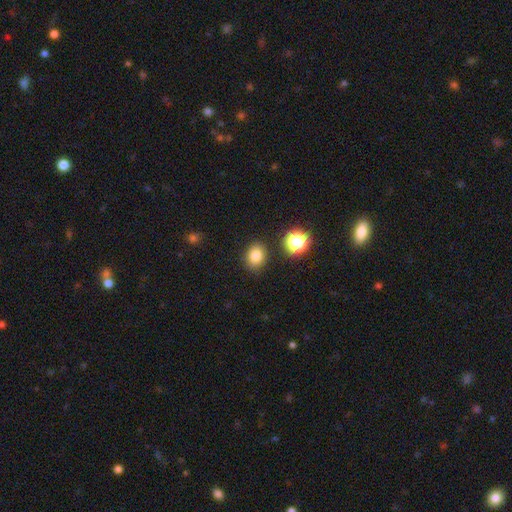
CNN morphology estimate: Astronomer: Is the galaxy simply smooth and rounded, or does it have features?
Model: smooth — 81%.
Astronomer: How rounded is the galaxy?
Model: round — 53% (runner-up: in between, 46%).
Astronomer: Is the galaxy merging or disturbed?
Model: none — 84%.